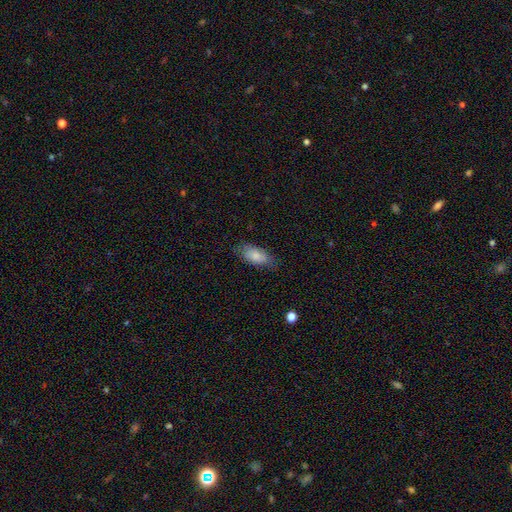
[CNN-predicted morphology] smooth-or-featured: smooth: 80% | featured or disk: 13% | star or artifact: 7%
  how-rounded: in between: 88% | cigar-shaped: 9% | round: 3%
  merging: none: 73% | minor disturbance: 21% | major disturbance: 5% | merger: 1%